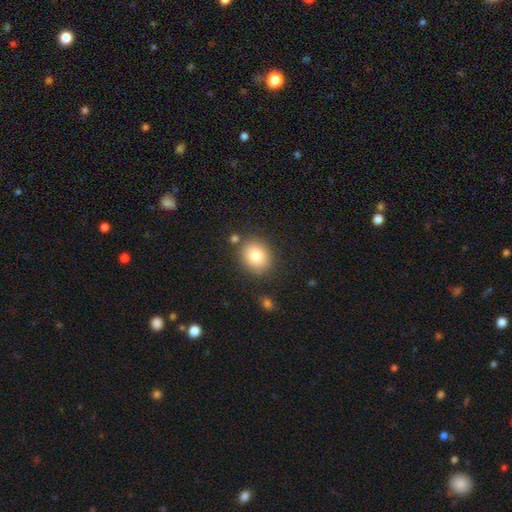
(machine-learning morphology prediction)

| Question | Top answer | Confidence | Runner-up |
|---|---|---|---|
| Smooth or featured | smooth | 82% | star or artifact (9%) |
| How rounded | round | 62% | in between (37%) |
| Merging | none | 82% | minor disturbance (10%) |